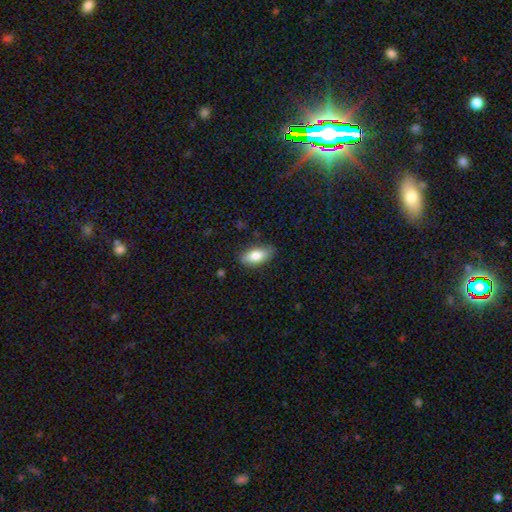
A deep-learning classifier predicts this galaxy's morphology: This appears to be a smooth galaxy with no disk features (80%) that is in between round and cigar-shaped (87%). Merging: none (81%).